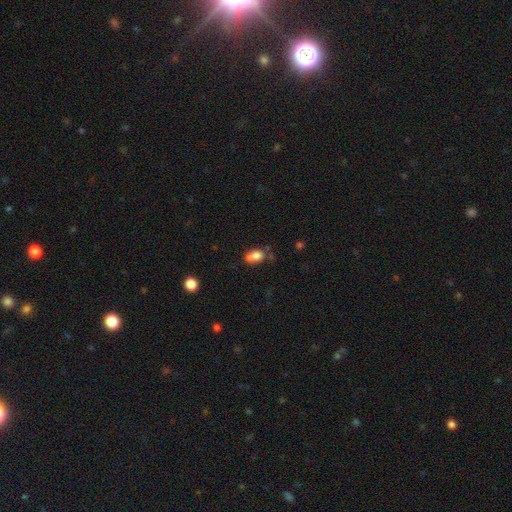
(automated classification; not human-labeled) smooth-or-featured: smooth: 77% | featured or disk: 13% | star or artifact: 10%
  how-rounded: in between: 80% | round: 18% | cigar-shaped: 2%
  merging: none: 41% | minor disturbance: 28% | merger: 20% | major disturbance: 11%